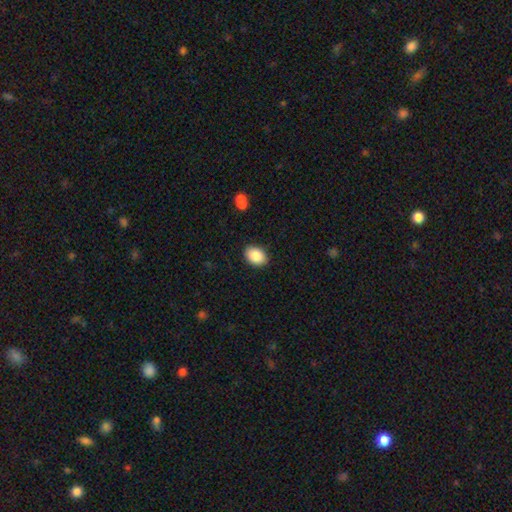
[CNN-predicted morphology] Smooth or featured?
  - smooth: 87% *
  - star or artifact: 7%
  - featured or disk: 5%
How rounded?
  - in between: 78% *
  - round: 21%
  - cigar-shaped: 1%
Merging?
  - none: 89% *
  - minor disturbance: 8%
  - major disturbance: 2%
  - merger: 1%